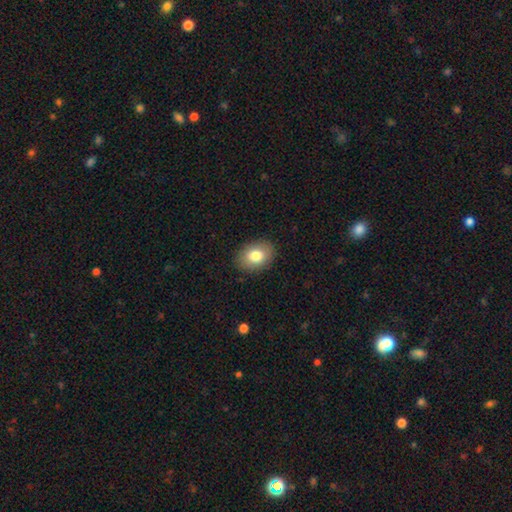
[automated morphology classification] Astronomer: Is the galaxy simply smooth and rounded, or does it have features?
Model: smooth — 80%.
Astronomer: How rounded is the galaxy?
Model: in between — 75%.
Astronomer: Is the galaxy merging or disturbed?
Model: none — 88%.